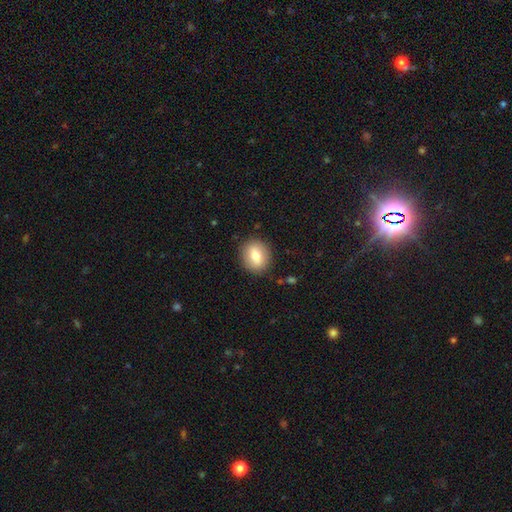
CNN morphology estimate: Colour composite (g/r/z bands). It shows a smooth galaxy with no disk features (75%) that is round (60%). Merging: none (88%).